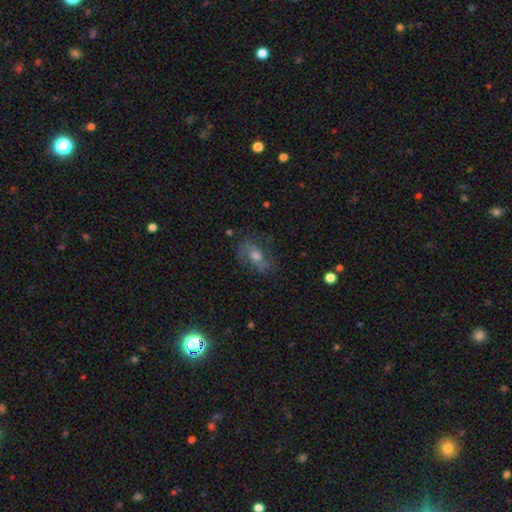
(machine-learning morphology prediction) Q: Smooth or featured?
A: featured or disk (61%); runner-up: smooth (24%)
Q: Edge-on disk?
A: no (92%); runner-up: yes (8%)
Q: Bar?
A: no (52%); runner-up: weak (36%)
Q: Spiral arms?
A: yes (83%); runner-up: no (17%)
Q: Bulge size?
A: moderate (63%); runner-up: small (20%)
Q: Merging?
A: none (71%); runner-up: minor disturbance (18%)